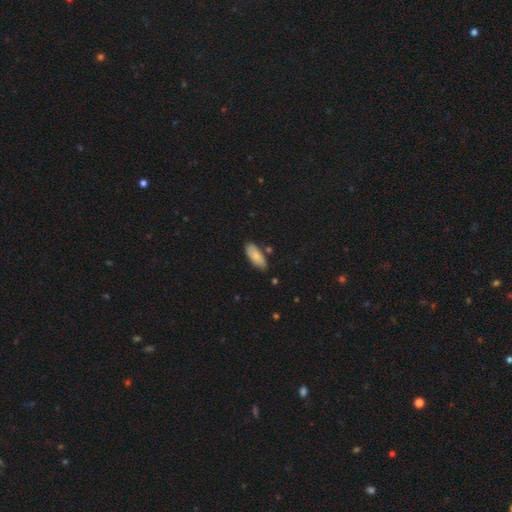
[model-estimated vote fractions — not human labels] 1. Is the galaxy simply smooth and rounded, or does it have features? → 83% smooth, 11% featured or disk, 6% star or artifact.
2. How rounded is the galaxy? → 78% in between, 20% cigar-shaped, 2% round.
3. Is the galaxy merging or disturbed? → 77% none, 16% minor disturbance, 4% merger, 3% major disturbance.